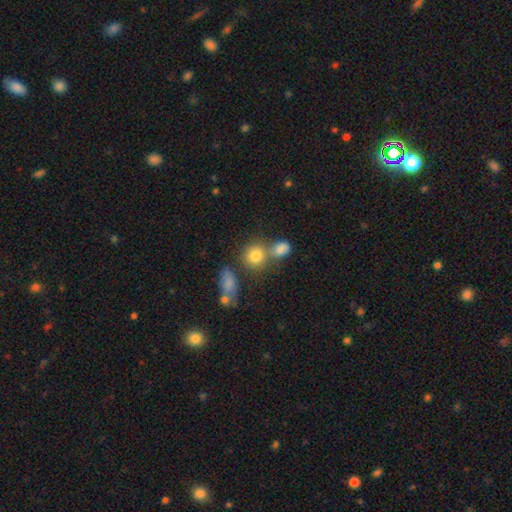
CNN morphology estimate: Smooth or featured? Predicted: smooth (p=0.78). How rounded? Predicted: round (p=0.77). Merging? Predicted: none (p=0.52).